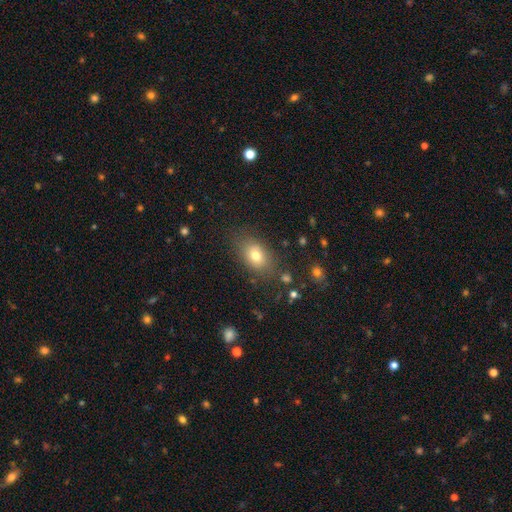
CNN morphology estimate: Q: Smooth or featured?
A: smooth (75%); runner-up: featured or disk (13%)
Q: How rounded?
A: in between (75%); runner-up: round (24%)
Q: Merging?
A: none (78%); runner-up: minor disturbance (14%)